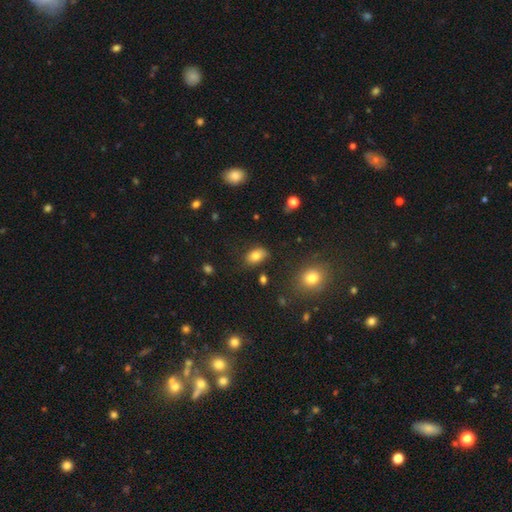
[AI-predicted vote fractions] Overall: smooth (81%). How rounded: in between (87%). Merging: none (76%).